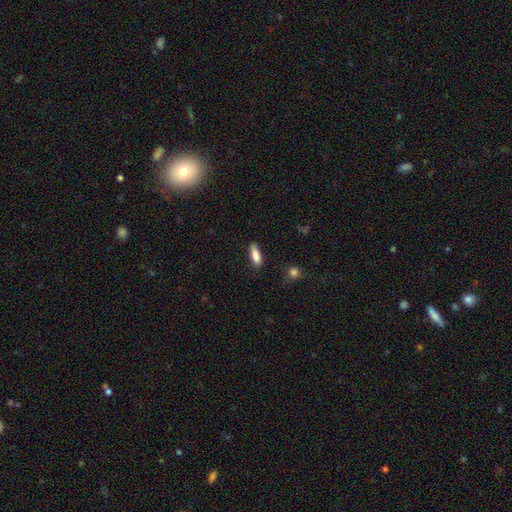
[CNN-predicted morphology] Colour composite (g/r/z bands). It shows a smooth galaxy with no disk features (85%) that is in between round and cigar-shaped (63%). Merging: none (79%).